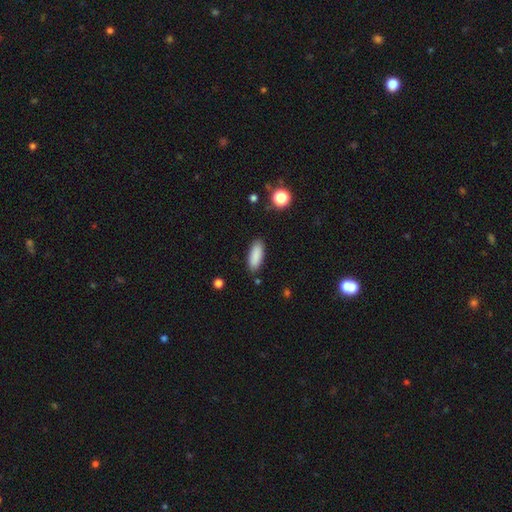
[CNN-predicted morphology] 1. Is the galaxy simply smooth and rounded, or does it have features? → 89% smooth, 7% star or artifact, 5% featured or disk.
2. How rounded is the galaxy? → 69% in between, 29% cigar-shaped, 2% round.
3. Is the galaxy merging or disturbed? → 87% none, 9% minor disturbance, 2% major disturbance, 2% merger.